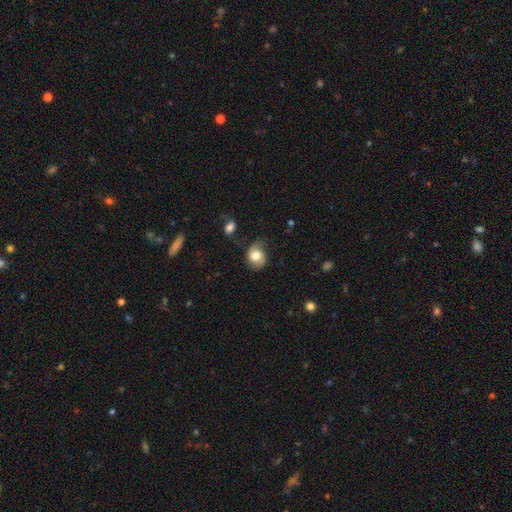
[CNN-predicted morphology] The model was most divided on "how rounded": round: 52%, in between: 47%, cigar-shaped: 1%. More confident: smooth or featured — smooth (68%); merging — none (51%).